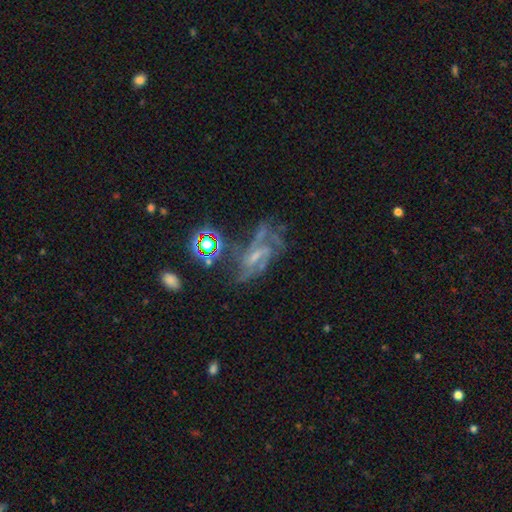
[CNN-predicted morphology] A featured or disk galaxy (71%) with a weak bar (46%), 2 (31%) medium (48%) spiral arms (86%) and a small central bulge (53%). Merging: none (47%).